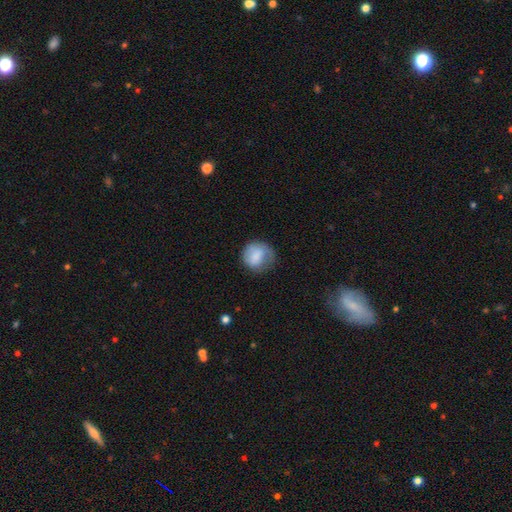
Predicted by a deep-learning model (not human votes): A smooth galaxy with no disk features (77%) that is round (81%). Merging: none (57%).